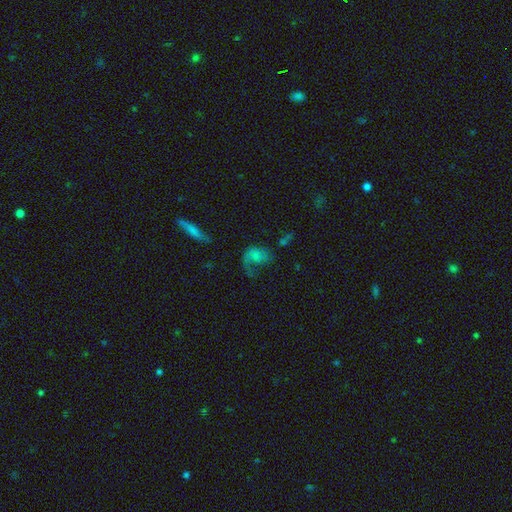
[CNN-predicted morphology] Q: Smooth or featured?
A: featured or disk (45%); runner-up: smooth (43%)
Q: Merging?
A: major disturbance (46%); runner-up: none (29%)